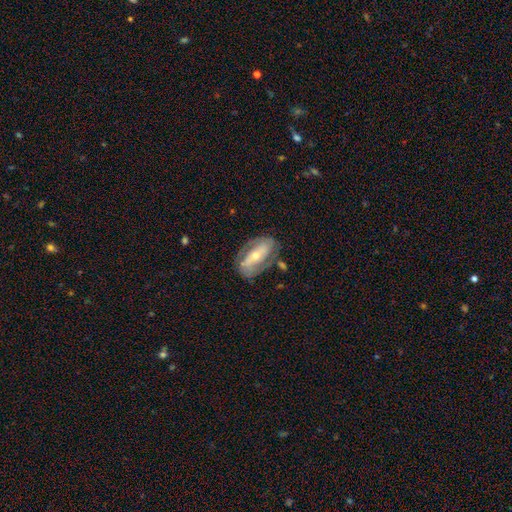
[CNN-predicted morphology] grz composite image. It shows a featured or disk galaxy (69%) with a strong bar (44%), spiral arms (62%) and a moderate central bulge (48%). Merging: none (69%).